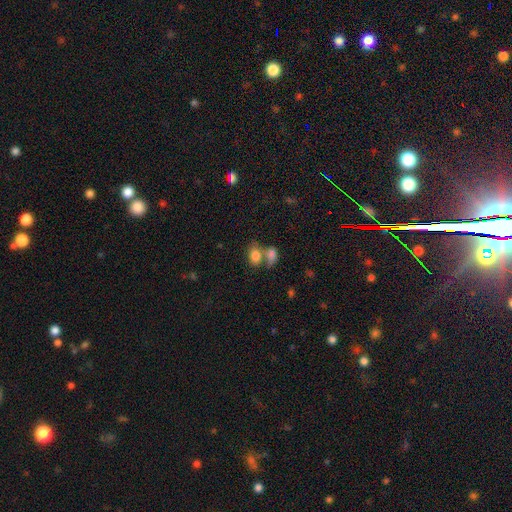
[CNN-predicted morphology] Smooth or featured? Predicted: smooth (p=0.81). How rounded? Predicted: in between (p=0.82). Merging? Predicted: merger (p=0.54).